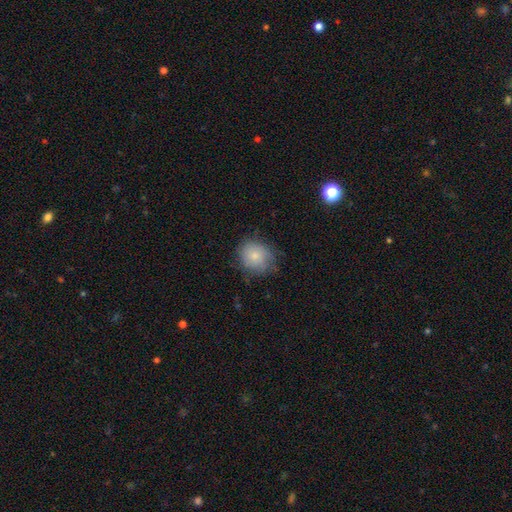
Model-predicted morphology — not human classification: Overall: smooth (77%). How rounded: round (75%). Merging: none (69%).